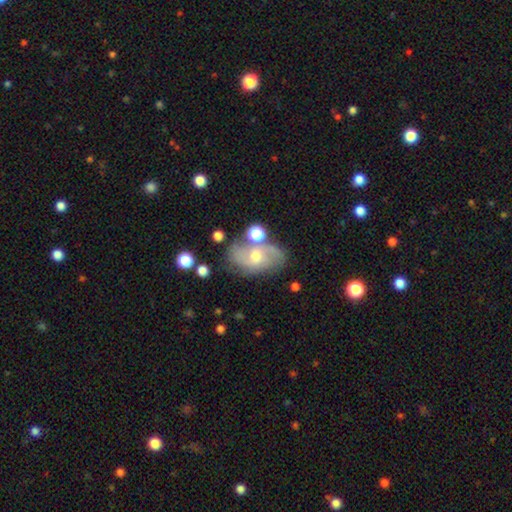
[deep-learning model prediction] Smooth or featured?
  - featured or disk: 60% *
  - smooth: 30%
  - star or artifact: 10%
Edge-on disk?
  - no: 94% *
  - yes: 6%
Bar?
  - no: 65% *
  - weak: 29%
  - strong: 6%
Spiral arms?
  - yes: 79% *
  - no: 21%
Bulge size?
  - moderate: 53% *
  - small: 42%
  - large: 3%
  - none: 2%
  - dominant: 1%
Merging?
  - none: 62% *
  - minor disturbance: 20%
  - merger: 10%
  - major disturbance: 8%